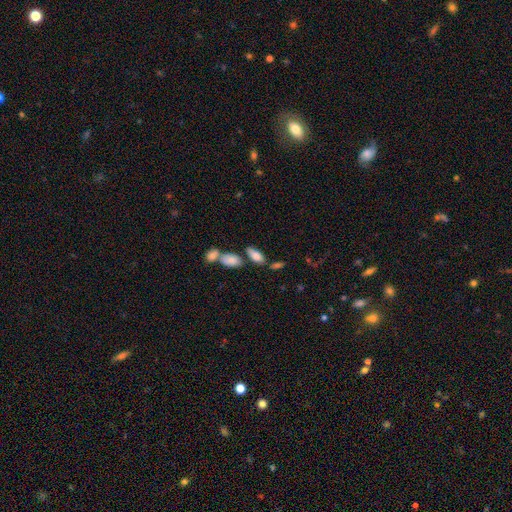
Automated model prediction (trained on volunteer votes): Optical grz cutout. It shows a smooth galaxy with no disk features (76%) that is in between round and cigar-shaped (84%). Merging: none (58%).